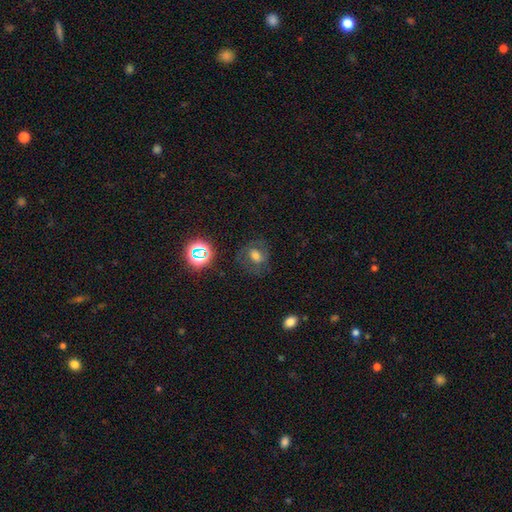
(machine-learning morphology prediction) This appears to be a smooth galaxy with no disk features (46%). Merging: none (69%).